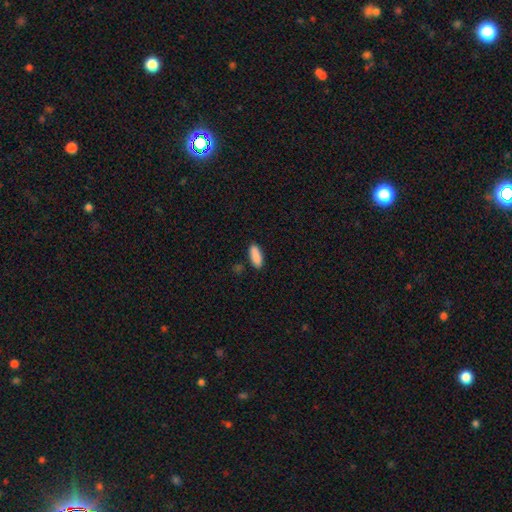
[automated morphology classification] smooth_or_featured: smooth (p=0.89) [alt: star or artifact p=0.07]
how_rounded: in between (p=0.70) [alt: cigar-shaped p=0.28]
merging: none (p=0.86) [alt: minor disturbance p=0.10]